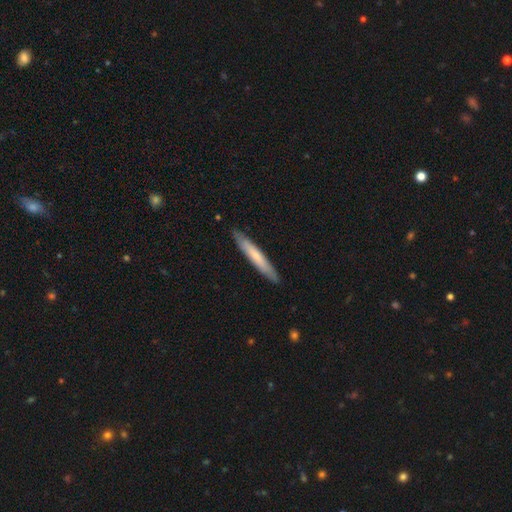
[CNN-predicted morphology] Smooth or featured? smooth (61%)
How rounded? cigar-shaped (95%)
Merging? none (89%)